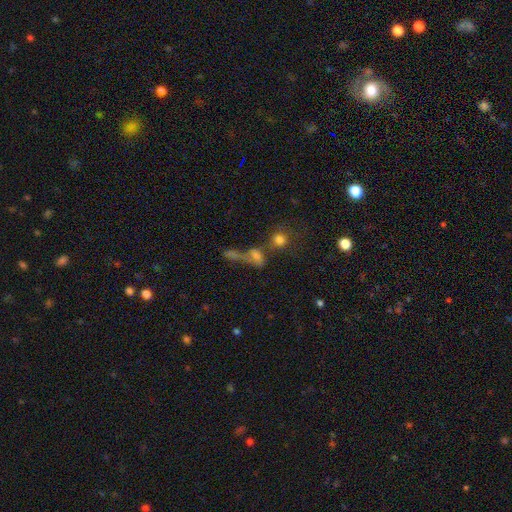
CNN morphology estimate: smooth 59%, featured or disk 22%, star or artifact 19%. Down the decision tree: how rounded — in between (61%); merging — merger (52%).